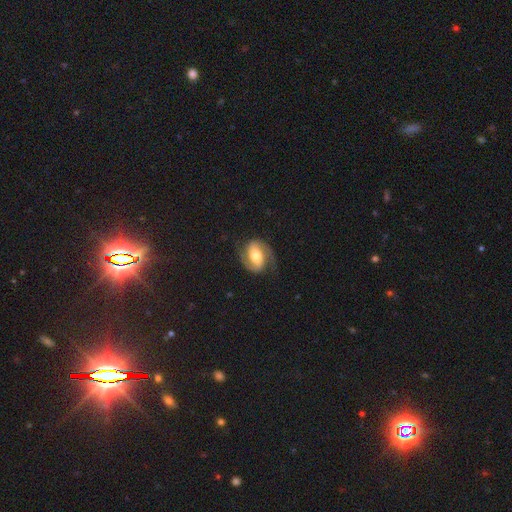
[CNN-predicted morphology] Smooth or featured? Predicted: featured or disk (p=0.82). Edge-on disk? Predicted: no (p=0.97). Bar? Predicted: weak (p=0.36). Spiral arms? Predicted: yes (p=0.95). Spiral winding? Predicted: medium (p=0.50). Spiral arm count? Predicted: 2 (p=0.92). Bulge size? Predicted: moderate (p=0.66). Merging? Predicted: none (p=0.77).